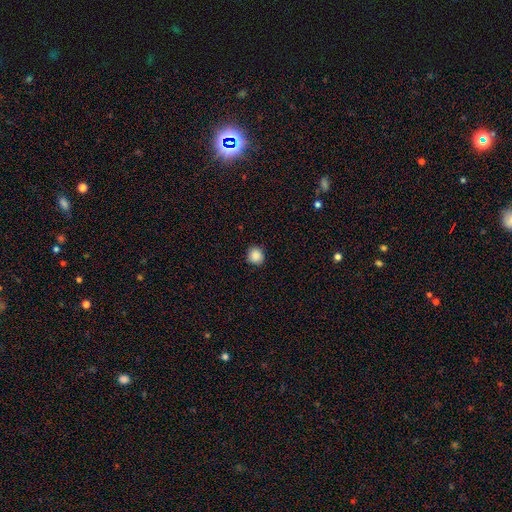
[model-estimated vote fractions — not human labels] smooth 88%, star or artifact 9%, featured or disk 3%. Down the decision tree: how rounded — round (88%); merging — none (89%).